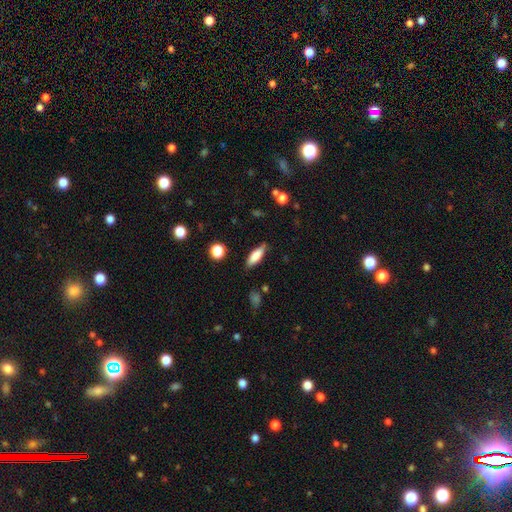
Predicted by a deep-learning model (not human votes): Smooth or featured?
  - smooth: 76% *
  - featured or disk: 17%
  - star or artifact: 7%
How rounded?
  - in between: 58% *
  - cigar-shaped: 40%
  - round: 2%
Merging?
  - none: 81% *
  - minor disturbance: 14%
  - major disturbance: 3%
  - merger: 2%